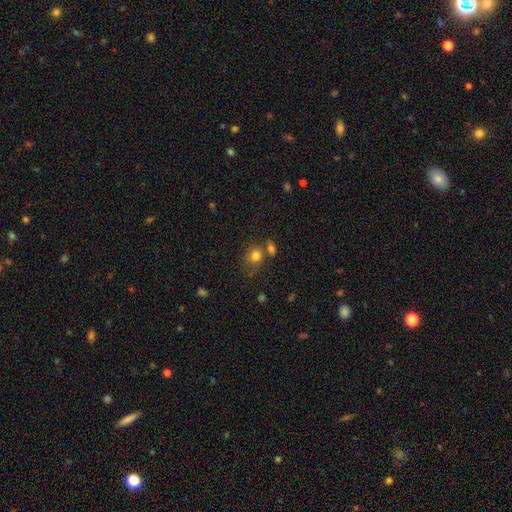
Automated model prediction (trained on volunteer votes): A smooth galaxy with no disk features (80%) that is round (65%). Merging: none (52%).